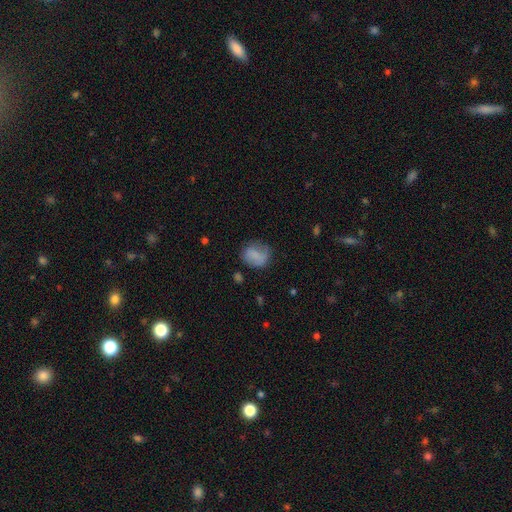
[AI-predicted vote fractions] Smooth or featured? smooth (77%)
How rounded? round (50%)
Merging? none (59%)